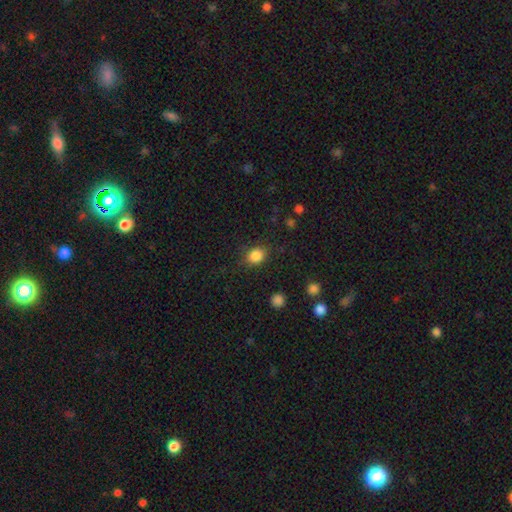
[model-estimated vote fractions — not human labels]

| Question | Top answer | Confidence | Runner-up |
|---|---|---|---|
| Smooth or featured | smooth | 85% | star or artifact (10%) |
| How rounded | round | 58% | in between (41%) |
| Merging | none | 81% | minor disturbance (13%) |